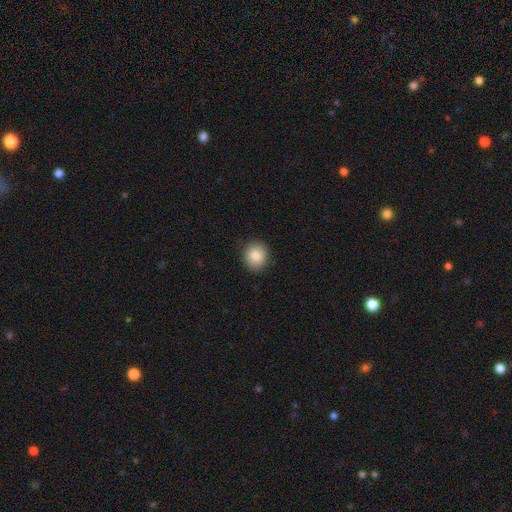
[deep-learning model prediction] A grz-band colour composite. It shows a smooth galaxy with no disk features (85%) that is round (77%). Merging: none (89%).